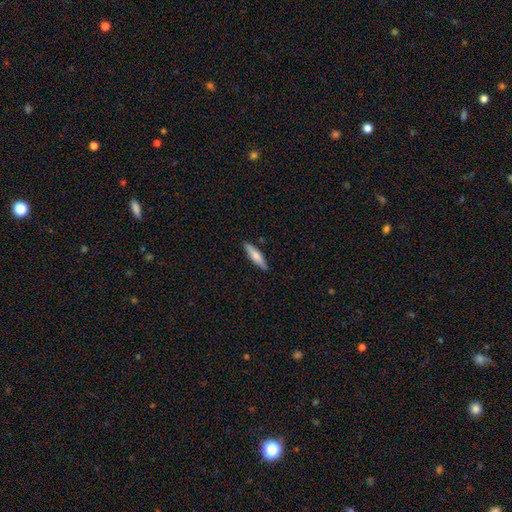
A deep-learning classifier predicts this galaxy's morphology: smooth 71%, featured or disk 23%, star or artifact 6%. Down the decision tree: how rounded — cigar-shaped (75%); merging — none (88%).